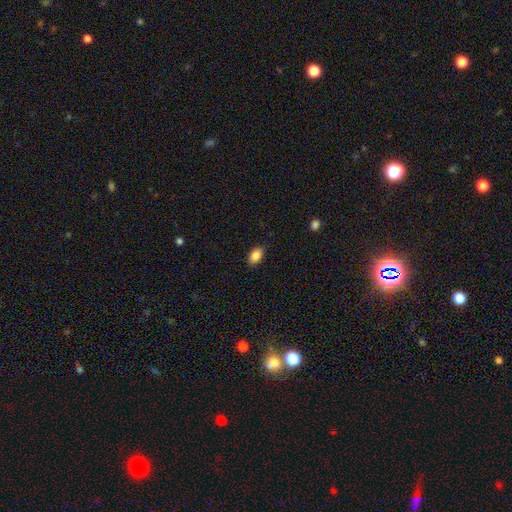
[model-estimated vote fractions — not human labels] A smooth galaxy with no disk features (85%) that is in between round and cigar-shaped (88%). Merging: none (80%).